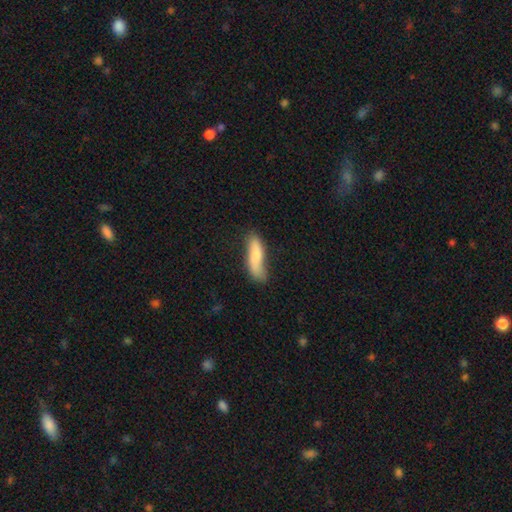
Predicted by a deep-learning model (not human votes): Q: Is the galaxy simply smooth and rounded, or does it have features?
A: smooth — 75%.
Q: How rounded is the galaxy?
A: cigar-shaped — 63%.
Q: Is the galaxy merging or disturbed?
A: none — 56%.